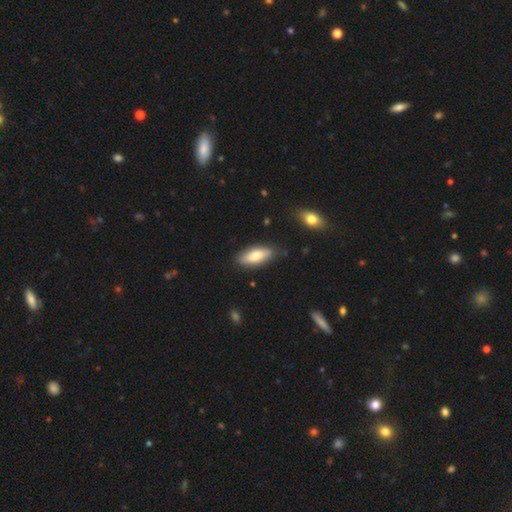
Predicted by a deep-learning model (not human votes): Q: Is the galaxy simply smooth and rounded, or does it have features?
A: smooth — 75%.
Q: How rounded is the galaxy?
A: in between — 78%.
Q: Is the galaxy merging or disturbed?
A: none — 81%.